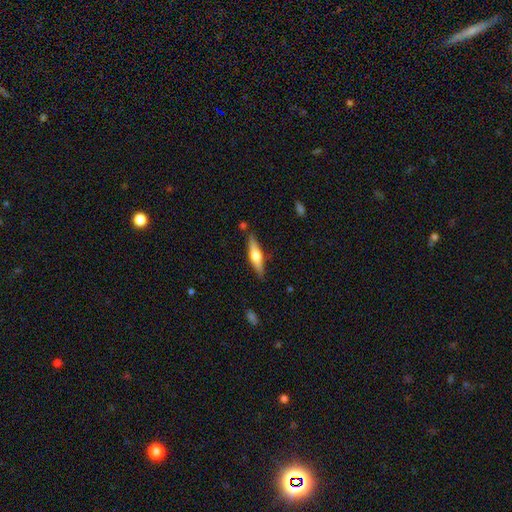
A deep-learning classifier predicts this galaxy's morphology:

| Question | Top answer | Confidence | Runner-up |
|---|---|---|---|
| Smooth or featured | featured or disk | 56% | smooth (38%) |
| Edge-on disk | yes | 95% | no (5%) |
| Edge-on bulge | rounded | 92% | boxy (6%) |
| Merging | none | 84% | minor disturbance (11%) |